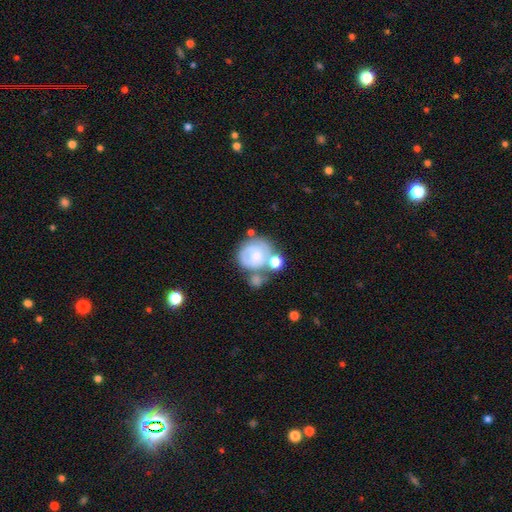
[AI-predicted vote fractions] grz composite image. It shows a smooth galaxy with no disk features (46%). Merging: none (41%).